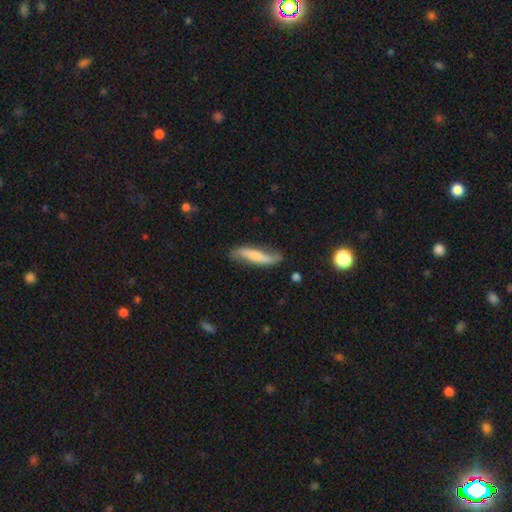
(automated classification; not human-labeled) Smooth or featured?
  - smooth: 47% * (tied)
  - featured or disk: 47% * (tied)
  - star or artifact: 6%
Merging?
  - none: 67% *
  - minor disturbance: 24%
  - major disturbance: 7%
  - merger: 3%